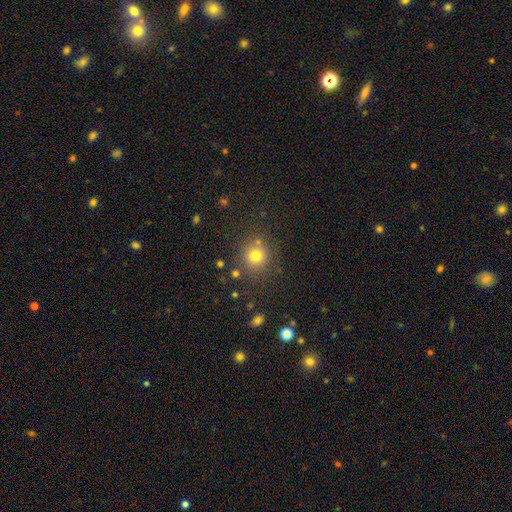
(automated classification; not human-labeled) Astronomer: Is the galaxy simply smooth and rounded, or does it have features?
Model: smooth — 76%.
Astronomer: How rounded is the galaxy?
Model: round — 91%.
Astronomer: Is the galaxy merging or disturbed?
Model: none — 81%.